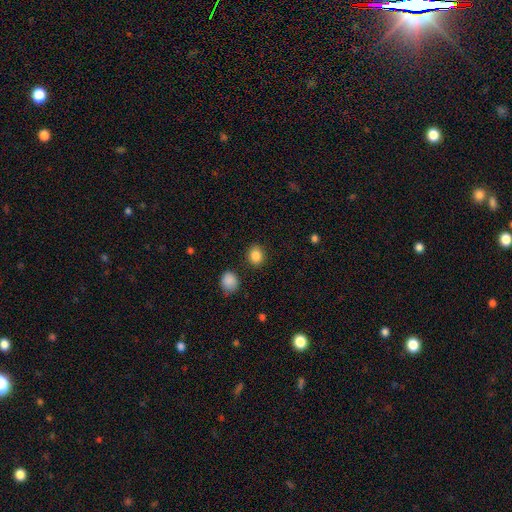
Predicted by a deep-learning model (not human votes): This is clearly a smooth galaxy (86%). How rounded: likely round (72%). Merging: clearly none (88%).